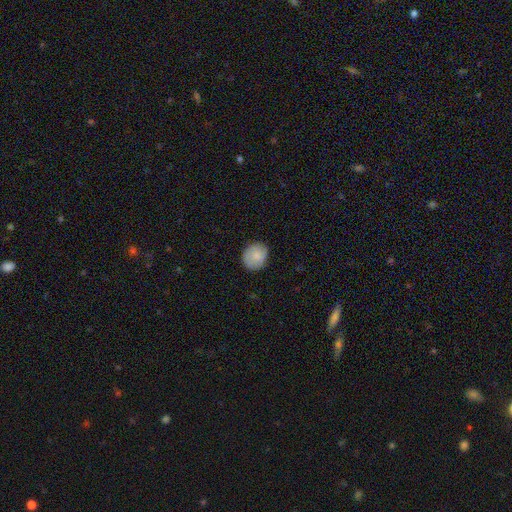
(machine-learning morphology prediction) smooth_or_featured: smooth (p=0.83) [alt: featured or disk p=0.10]
how_rounded: round (p=0.73) [alt: in between p=0.26]
merging: none (p=0.83) [alt: minor disturbance p=0.13]